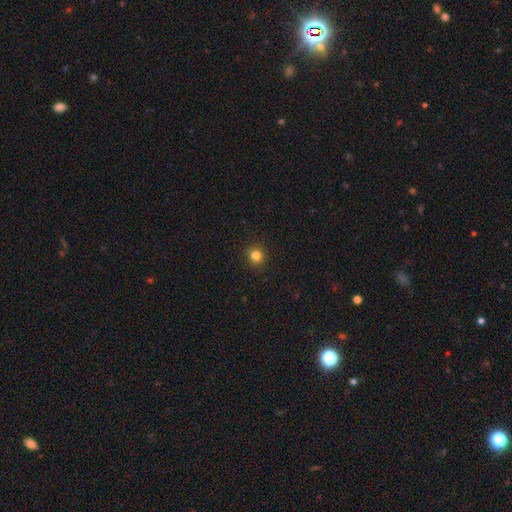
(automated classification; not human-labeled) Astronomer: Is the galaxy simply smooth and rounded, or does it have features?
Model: smooth — 82%.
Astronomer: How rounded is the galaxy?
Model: round — 85%.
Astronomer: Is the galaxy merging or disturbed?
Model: none — 86%.